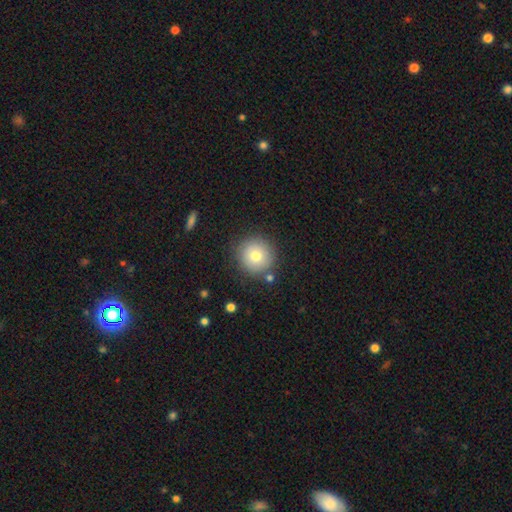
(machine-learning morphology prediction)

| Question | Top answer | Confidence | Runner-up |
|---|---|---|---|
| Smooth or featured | smooth | 74% | featured or disk (16%) |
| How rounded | round | 95% | in between (4%) |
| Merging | none | 84% | minor disturbance (10%) |